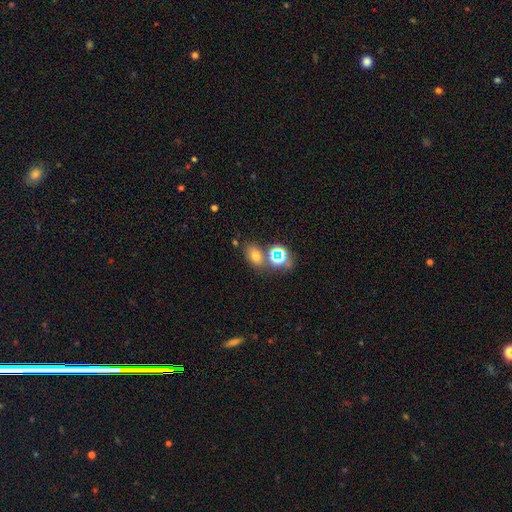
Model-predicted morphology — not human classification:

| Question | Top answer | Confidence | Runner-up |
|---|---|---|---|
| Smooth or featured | smooth | 63% | star or artifact (25%) |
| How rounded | in between | 70% | round (28%) |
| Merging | none | 68% | merger (16%) |